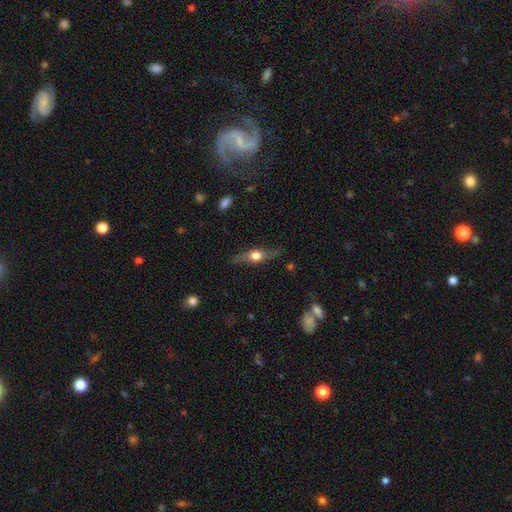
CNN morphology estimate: featured or disk 57%, smooth 36%, star or artifact 7%. Down the decision tree: edge-on disk — yes (84%); merging — none (79%).